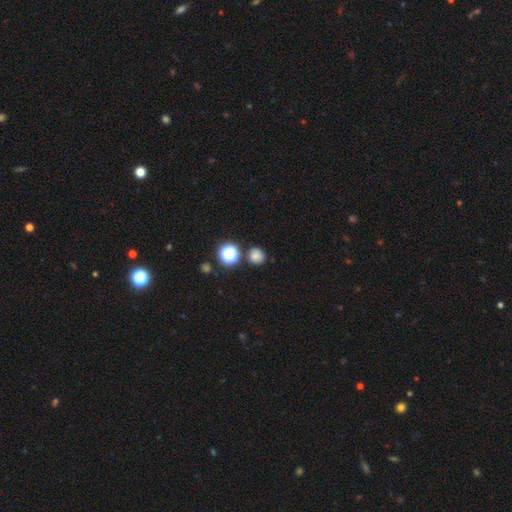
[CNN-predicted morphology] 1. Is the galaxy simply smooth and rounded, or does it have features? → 77% smooth, 17% star or artifact, 6% featured or disk.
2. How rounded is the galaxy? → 91% round, 8% in between, 1% cigar-shaped.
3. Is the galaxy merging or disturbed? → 83% none, 8% minor disturbance, 6% merger, 3% major disturbance.